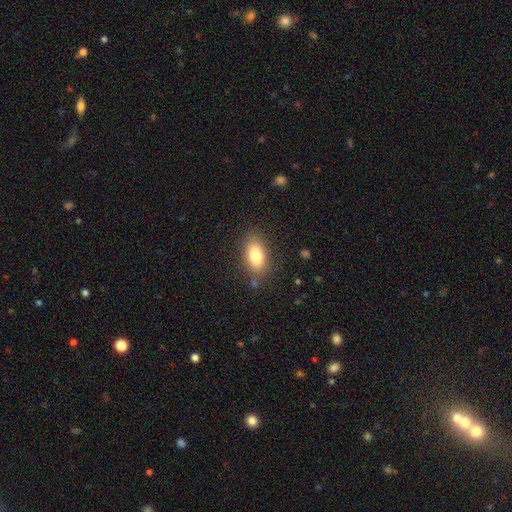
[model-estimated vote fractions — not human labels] smooth 81%, featured or disk 11%, star or artifact 8%. Down the decision tree: how rounded — in between (89%); merging — none (82%).